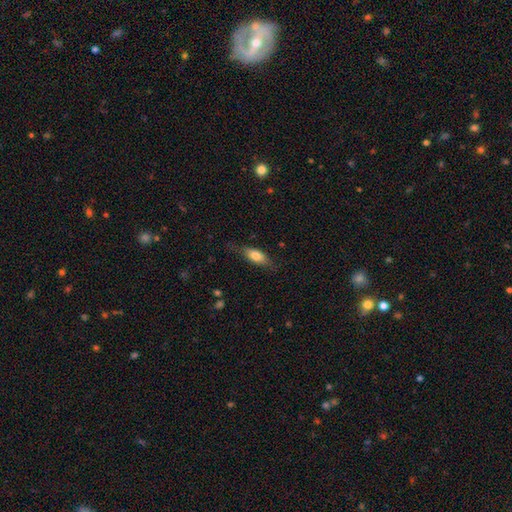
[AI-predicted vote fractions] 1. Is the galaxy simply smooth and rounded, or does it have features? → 72% smooth, 22% featured or disk, 6% star or artifact.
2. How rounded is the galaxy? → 70% in between, 27% cigar-shaped, 3% round.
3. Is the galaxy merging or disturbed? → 71% none, 21% minor disturbance, 7% major disturbance, 1% merger.